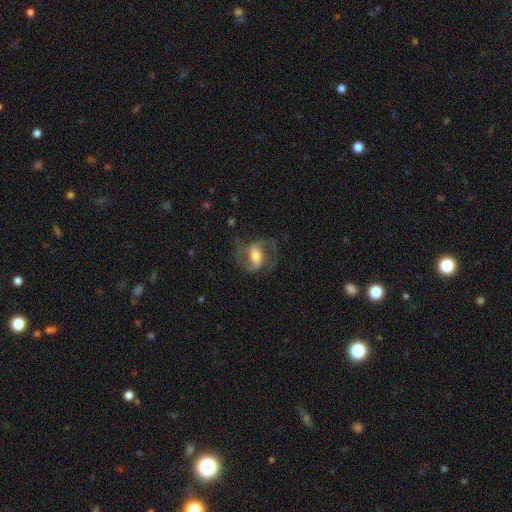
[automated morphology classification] The model was most divided on "bar": weak: 40%, strong: 38%, no: 22%. More confident: edge-on disk — no (96%); spiral arms — yes (92%); spiral arm count — 2 (89%); smooth or featured — featured or disk (79%); merging — none (67%); bulge size — moderate (61%); spiral winding — medium (55%).